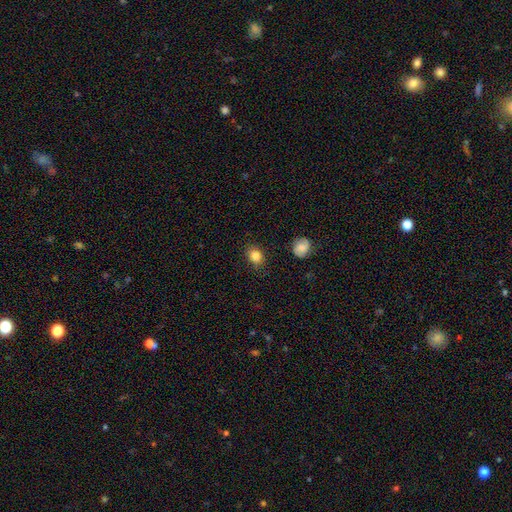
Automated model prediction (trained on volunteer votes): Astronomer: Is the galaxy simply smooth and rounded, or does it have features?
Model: smooth — 84%.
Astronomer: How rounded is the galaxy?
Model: in between — 50% (runner-up: round, 49%).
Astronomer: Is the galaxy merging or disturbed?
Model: none — 84%.